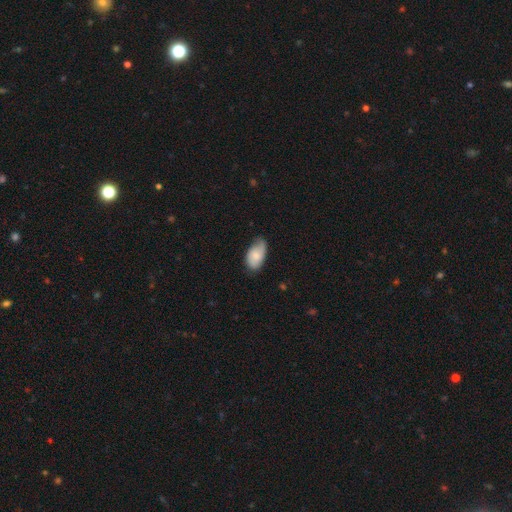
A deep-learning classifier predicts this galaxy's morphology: smooth-or-featured: smooth: 70% | featured or disk: 24% | star or artifact: 6%
  how-rounded: in between: 94% | round: 4% | cigar-shaped: 2%
  merging: none: 56% | minor disturbance: 35% | major disturbance: 8% | merger: 1%